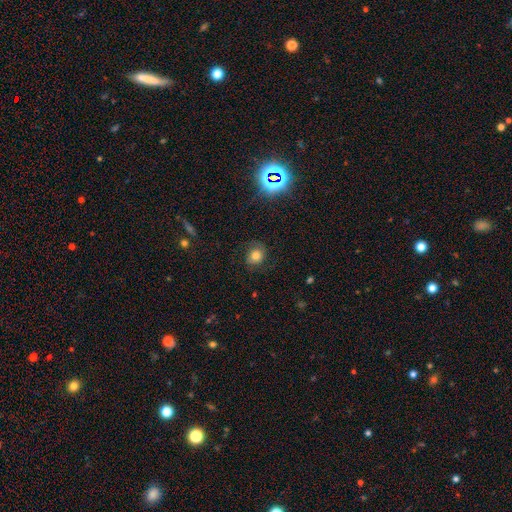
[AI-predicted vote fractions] Morphology: type=smooth (62%); roundness=round (72%); merging=none (73%).